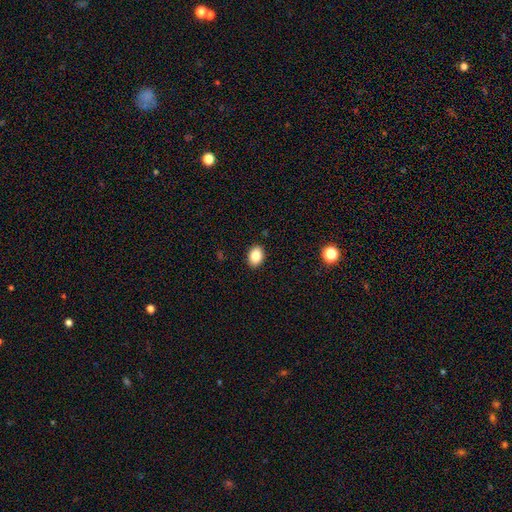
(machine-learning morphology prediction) Smooth or featured?
  - smooth: 85% *
  - star or artifact: 9%
  - featured or disk: 6%
How rounded?
  - in between: 74% *
  - round: 25%
  - cigar-shaped: 1%
Merging?
  - none: 90% *
  - minor disturbance: 7%
  - major disturbance: 2%
  - merger: 1%